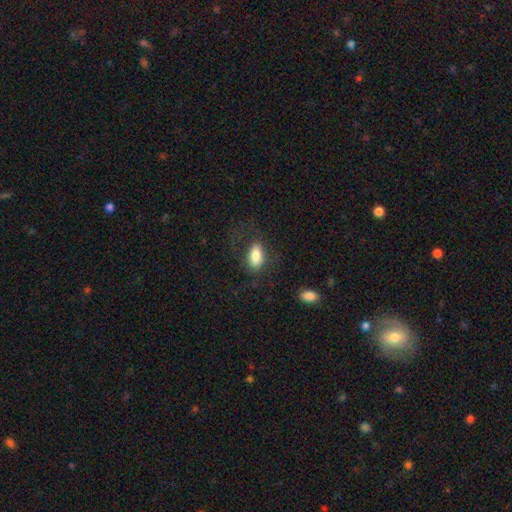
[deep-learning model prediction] Smooth or featured? smooth (81%)
How rounded? in between (90%)
Merging? none (68%)